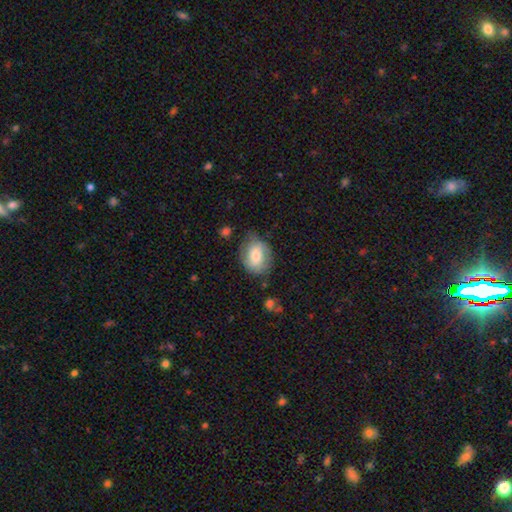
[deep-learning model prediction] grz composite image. It shows a smooth galaxy with no disk features (61%) that is in between round and cigar-shaped (61%). Merging: none (66%).